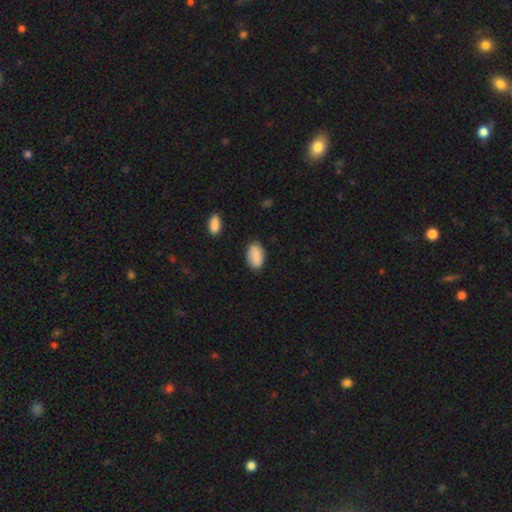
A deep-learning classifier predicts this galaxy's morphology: Smooth or featured? smooth (85%)
How rounded? in between (93%)
Merging? none (82%)